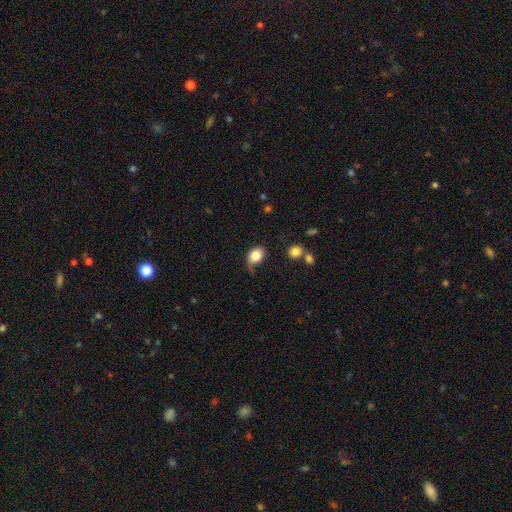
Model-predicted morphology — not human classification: A smooth galaxy with no disk features (82%) that is in between round and cigar-shaped (62%). Merging: none (53%).